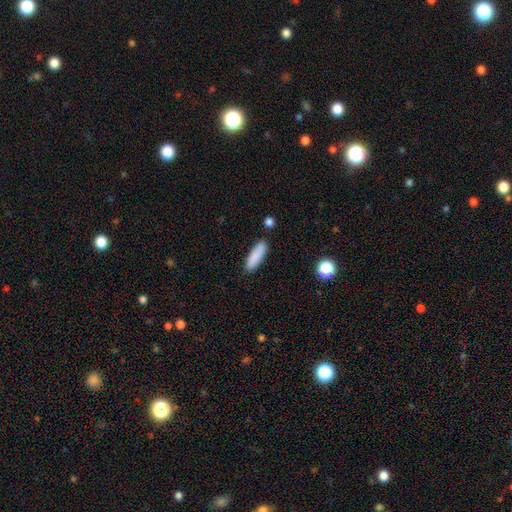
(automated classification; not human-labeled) Smooth or featured?
  - smooth: 88% *
  - star or artifact: 7%
  - featured or disk: 6%
How rounded?
  - in between: 50% *
  - cigar-shaped: 48%
  - round: 2%
Merging?
  - none: 85% *
  - minor disturbance: 10%
  - merger: 3%
  - major disturbance: 2%